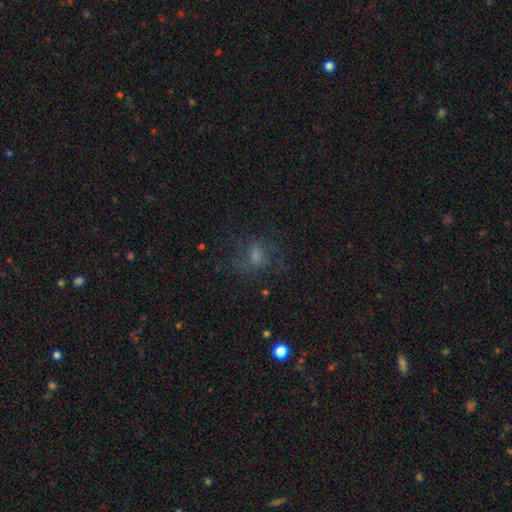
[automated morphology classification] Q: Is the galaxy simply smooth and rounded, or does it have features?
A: smooth — 52%.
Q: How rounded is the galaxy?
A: round — 49%.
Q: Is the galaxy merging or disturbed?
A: none — 57%.